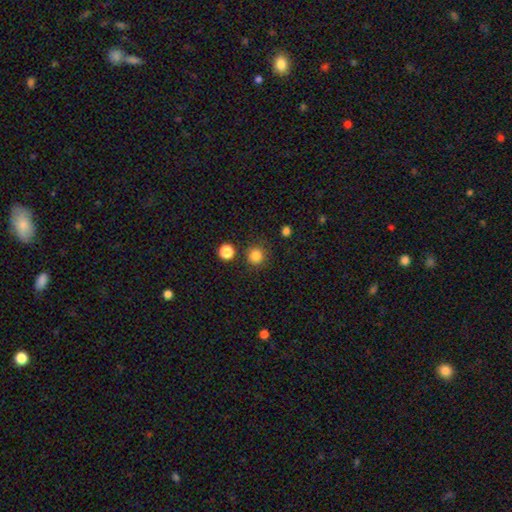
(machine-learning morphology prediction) type=smooth (84%); roundness=round (94%); merging=none (87%).